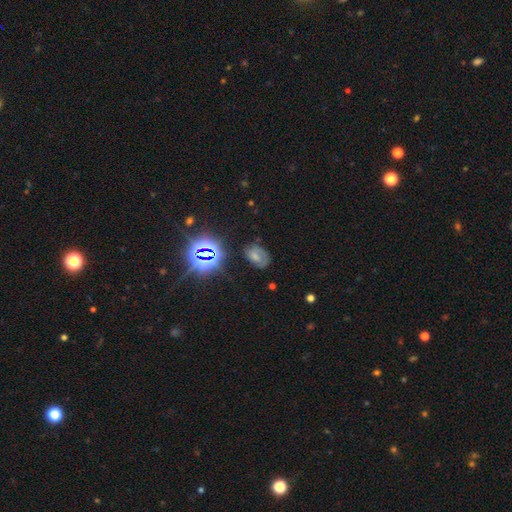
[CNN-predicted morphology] This is possibly a smooth galaxy (48%). Merging: likely none (61%).